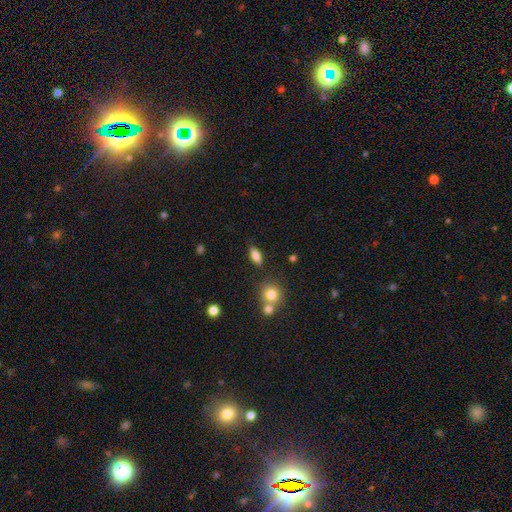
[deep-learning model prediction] This is clearly a smooth galaxy (81%). How rounded: likely in between (77%). Merging: clearly none (81%).